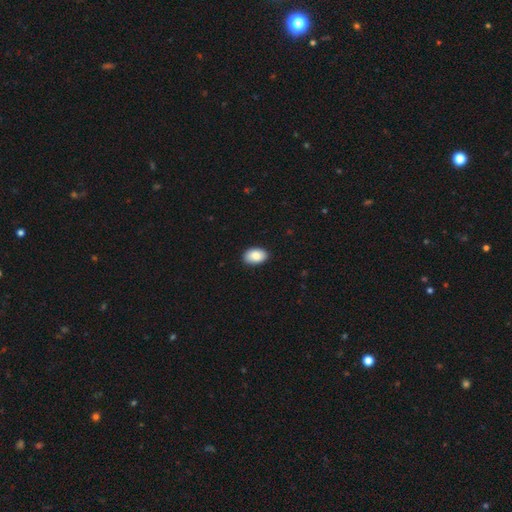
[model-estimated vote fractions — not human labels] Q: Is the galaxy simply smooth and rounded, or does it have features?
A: smooth — 87%.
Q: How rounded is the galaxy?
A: in between — 91%.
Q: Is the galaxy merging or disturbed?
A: none — 88%.